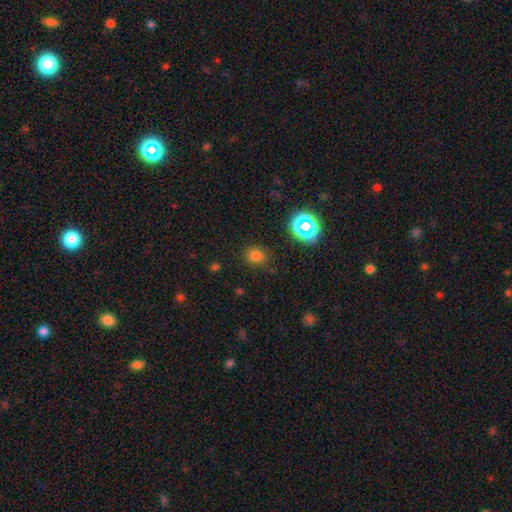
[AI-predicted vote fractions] Q: Smooth or featured?
A: smooth (73%); runner-up: star or artifact (21%)
Q: How rounded?
A: round (67%); runner-up: in between (32%)
Q: Merging?
A: none (80%); runner-up: minor disturbance (14%)